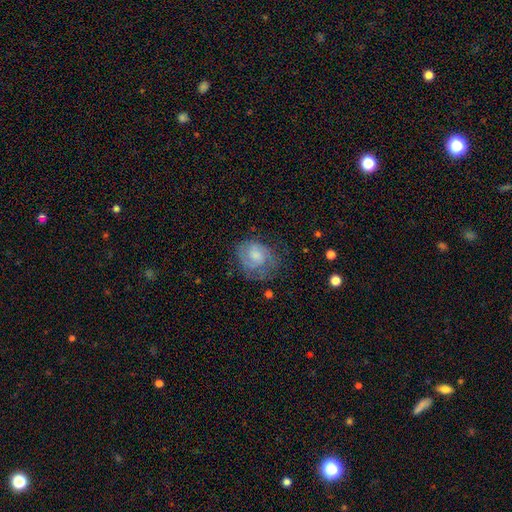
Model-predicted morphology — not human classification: Smooth or featured?
  - featured or disk: 54% *
  - smooth: 38%
  - star or artifact: 8%
Edge-on disk?
  - no: 97% *
  - yes: 3%
Bar?
  - no: 62% *
  - weak: 34%
  - strong: 5%
Spiral arms?
  - yes: 81% *
  - no: 19%
Bulge size?
  - moderate: 36% *
  - small: 35%
  - none: 18%
  - large: 9%
  - dominant: 2%
Merging?
  - none: 57% *
  - minor disturbance: 25%
  - major disturbance: 16%
  - merger: 2%